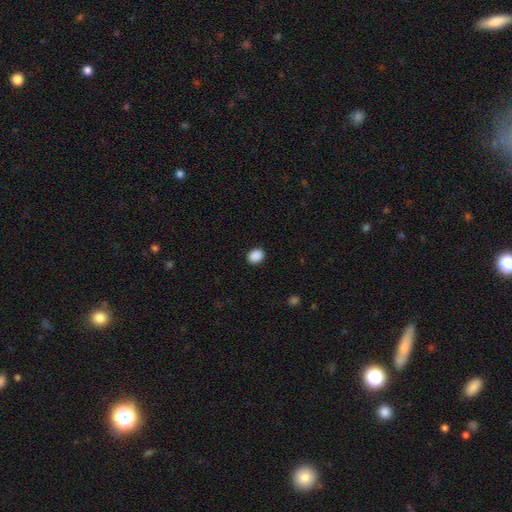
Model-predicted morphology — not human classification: A smooth galaxy with no disk features (89%) that is in between round and cigar-shaped (52%). Merging: none (90%).